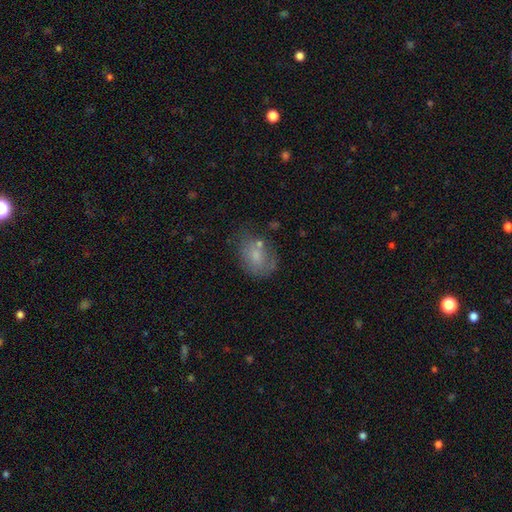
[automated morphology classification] Q: Smooth or featured?
A: smooth (64%); runner-up: featured or disk (25%)
Q: How rounded?
A: in between (65%); runner-up: round (34%)
Q: Merging?
A: none (48%); runner-up: minor disturbance (26%)